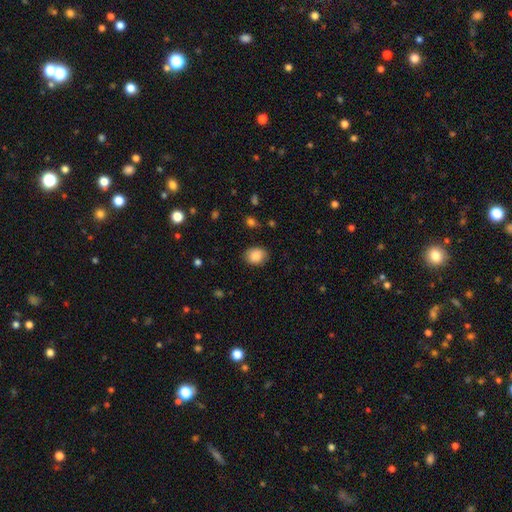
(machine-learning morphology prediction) type=smooth (87%); roundness=in between (50%); merging=none (82%).